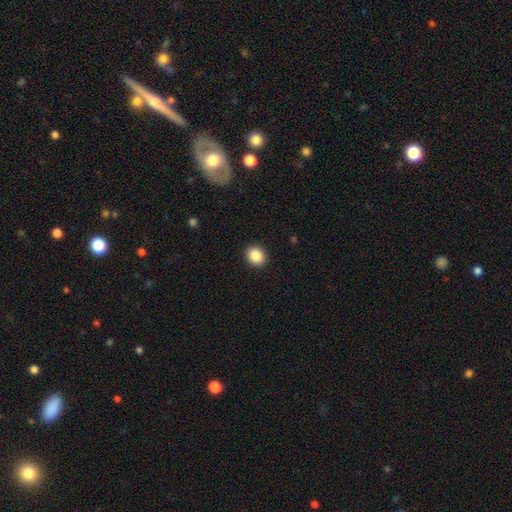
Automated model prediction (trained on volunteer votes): The model was most divided on "how rounded": round: 64%, in between: 35%, cigar-shaped: 1%. More confident: merging — none (91%); smooth or featured — smooth (88%).